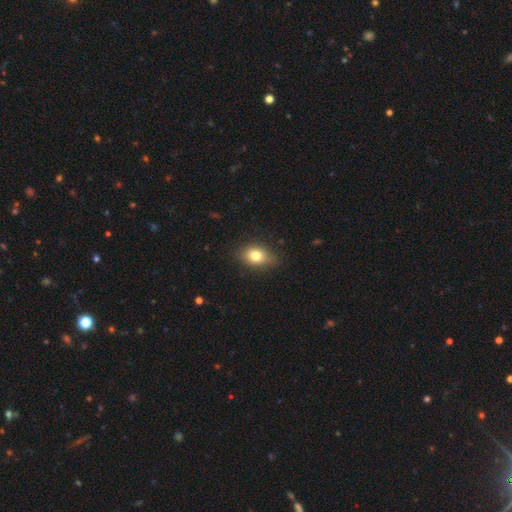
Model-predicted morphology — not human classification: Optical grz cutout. It shows a smooth galaxy with no disk features (78%) that is in between round and cigar-shaped (75%). Merging: none (80%).